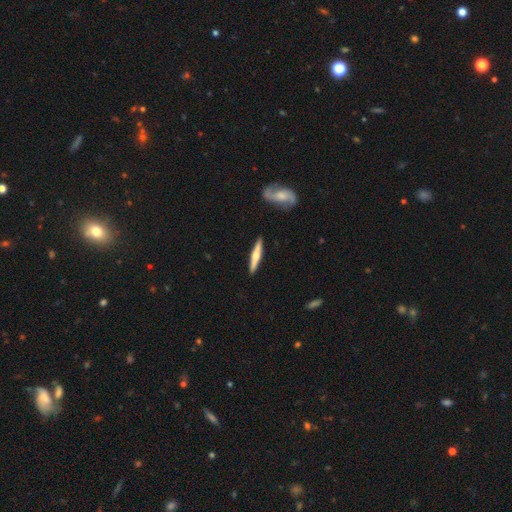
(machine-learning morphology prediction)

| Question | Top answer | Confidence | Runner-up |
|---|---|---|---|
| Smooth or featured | featured or disk | 55% | smooth (40%) |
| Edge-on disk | yes | 95% | no (5%) |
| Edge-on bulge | rounded | 83% | none (11%) |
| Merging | none | 90% | minor disturbance (7%) |